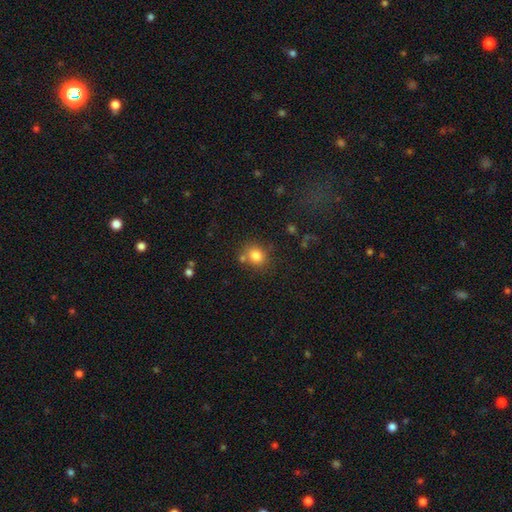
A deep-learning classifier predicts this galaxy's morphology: This is clearly a smooth galaxy (81%). How rounded: likely round (76%). Merging: likely none (70%).